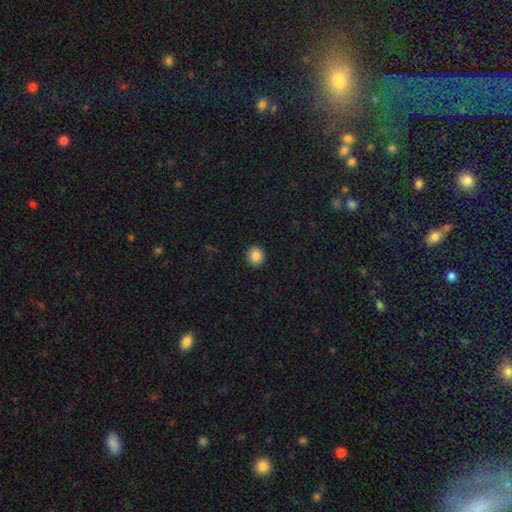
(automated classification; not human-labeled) A smooth galaxy with no disk features (87%) that is round (87%).

Vote fractions:
- Smooth or featured? smooth: 87% / star or artifact: 10% / featured or disk: 4%
- How rounded? round: 87% / in between: 12% / cigar-shaped: 1%
- Merging? none: 92% / minor disturbance: 5% / major disturbance: 2% / merger: 1%